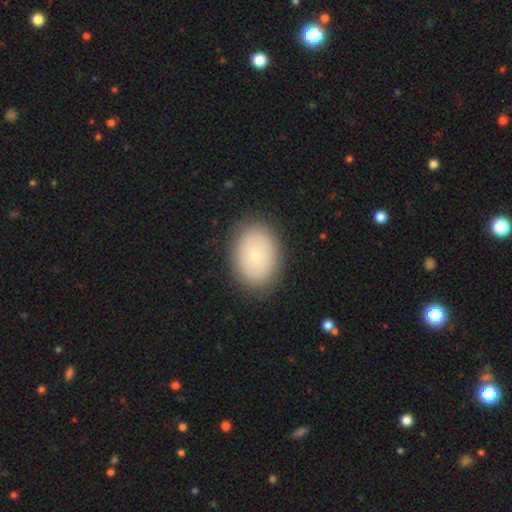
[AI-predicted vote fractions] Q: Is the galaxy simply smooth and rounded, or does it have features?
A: smooth — 72%.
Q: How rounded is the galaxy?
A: in between — 77%.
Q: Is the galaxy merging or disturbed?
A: none — 86%.